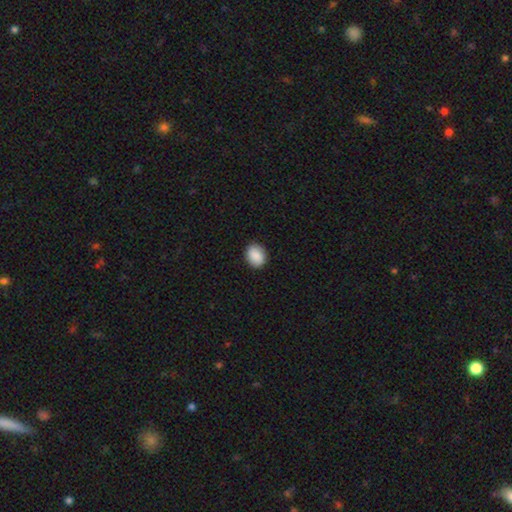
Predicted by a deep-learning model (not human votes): Q: Smooth or featured?
A: smooth (89%); runner-up: star or artifact (7%)
Q: How rounded?
A: in between (53%); runner-up: round (46%)
Q: Merging?
A: none (89%); runner-up: minor disturbance (8%)